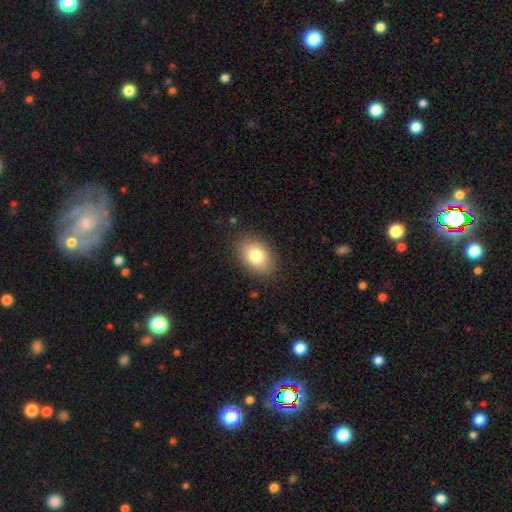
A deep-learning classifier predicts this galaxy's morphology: Overall: smooth (80%). How rounded: in between (83%). Merging: none (86%).